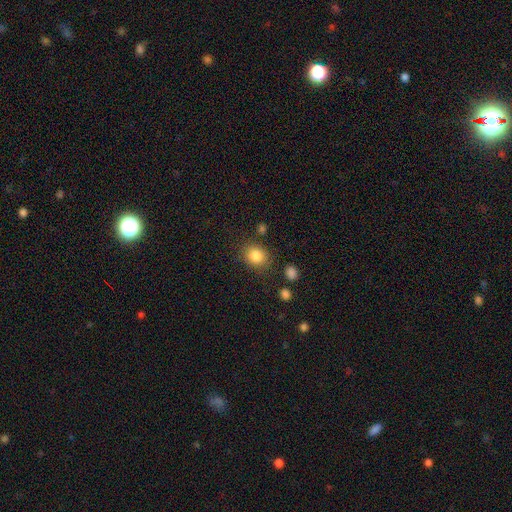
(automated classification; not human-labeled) Smooth or featured: smooth — 85% (star or artifact — 9%)
How rounded: round — 64% (in between — 35%)
Merging: none — 80% (minor disturbance — 12%)